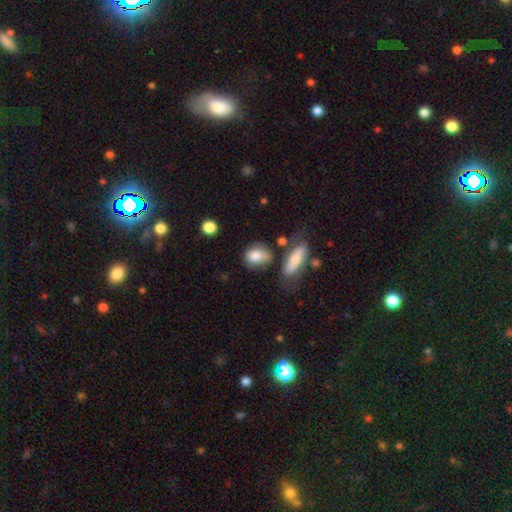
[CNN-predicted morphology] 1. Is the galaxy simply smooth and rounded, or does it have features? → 78% smooth, 15% featured or disk, 7% star or artifact.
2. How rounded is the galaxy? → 54% in between, 43% round, 4% cigar-shaped.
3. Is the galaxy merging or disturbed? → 50% none, 25% minor disturbance, 13% merger, 12% major disturbance.